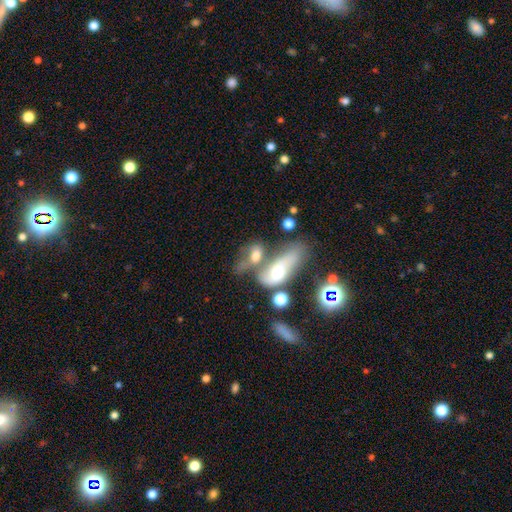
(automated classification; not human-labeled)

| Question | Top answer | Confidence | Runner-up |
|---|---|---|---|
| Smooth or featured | smooth | 57% | featured or disk (32%) |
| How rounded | in between | 78% | round (12%) |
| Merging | merger | 56% | none (20%) |